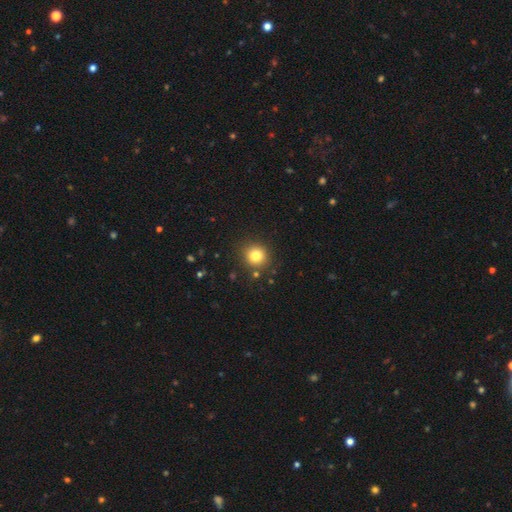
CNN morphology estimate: smooth 81%, star or artifact 12%, featured or disk 7%. Down the decision tree: how rounded — round (91%); merging — none (87%).